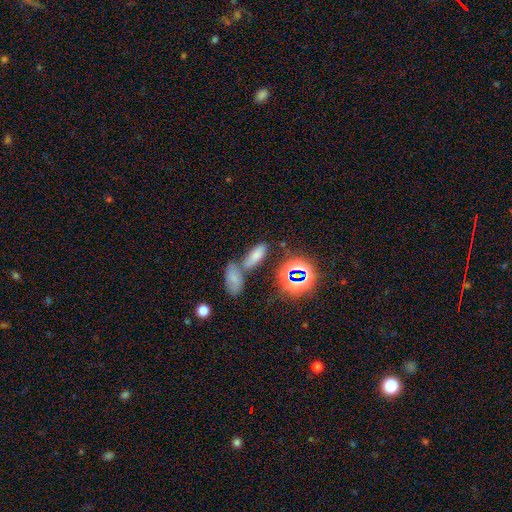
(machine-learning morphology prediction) A smooth galaxy with no disk features (69%) that is in between round and cigar-shaped (79%). Merging: none (50%).